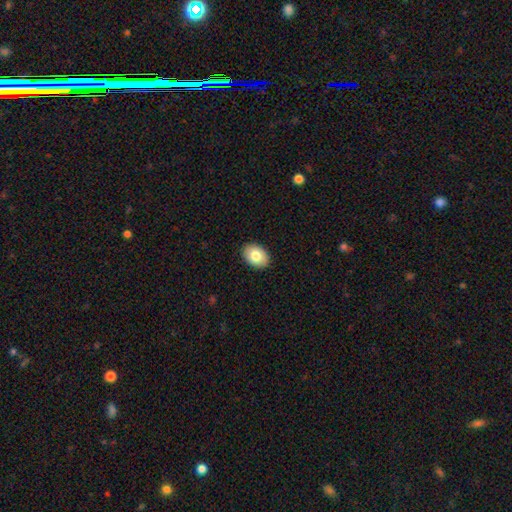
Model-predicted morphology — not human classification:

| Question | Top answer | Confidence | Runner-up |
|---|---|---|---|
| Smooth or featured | smooth | 82% | featured or disk (11%) |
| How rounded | in between | 78% | round (21%) |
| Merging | none | 90% | minor disturbance (7%) |